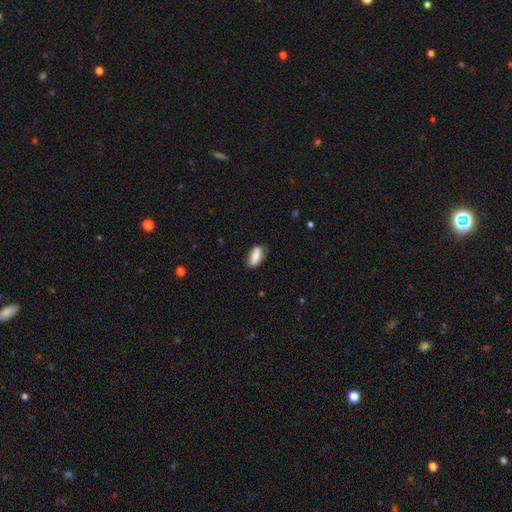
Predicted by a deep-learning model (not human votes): A smooth galaxy with no disk features (79%) that is in between round and cigar-shaped (85%).

Vote fractions:
- Smooth or featured? smooth: 79% / featured or disk: 14% / star or artifact: 7%
- How rounded? in between: 85% / cigar-shaped: 13% / round: 3%
- Merging? none: 63% / minor disturbance: 27% / major disturbance: 7% / merger: 3%